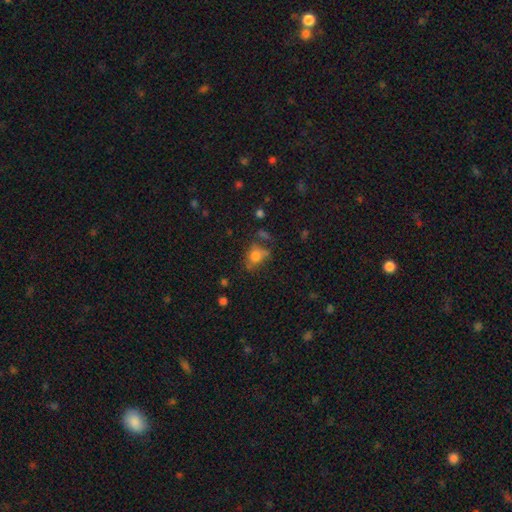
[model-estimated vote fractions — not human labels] A smooth galaxy with no disk features (66%) that is in between round and cigar-shaped (60%).

Vote fractions:
- Smooth or featured? smooth: 66% / featured or disk: 20% / star or artifact: 14%
- How rounded? in between: 60% / round: 37% / cigar-shaped: 3%
- Merging? none: 49% / minor disturbance: 24% / major disturbance: 16% / merger: 10%